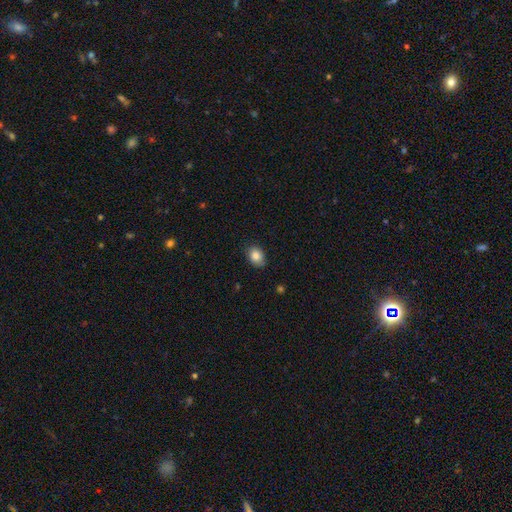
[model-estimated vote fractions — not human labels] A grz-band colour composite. It shows a smooth galaxy with no disk features (86%) that is in between round and cigar-shaped (65%). Merging: none (78%).